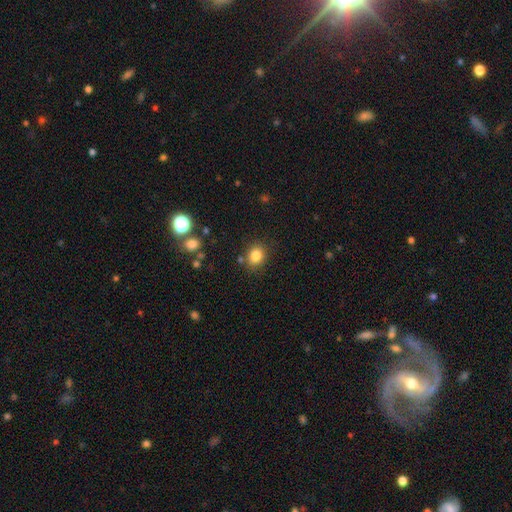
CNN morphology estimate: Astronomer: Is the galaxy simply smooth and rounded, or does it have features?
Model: smooth — 83%.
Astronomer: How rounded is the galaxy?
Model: round — 68%.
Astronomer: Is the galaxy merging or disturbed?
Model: none — 82%.